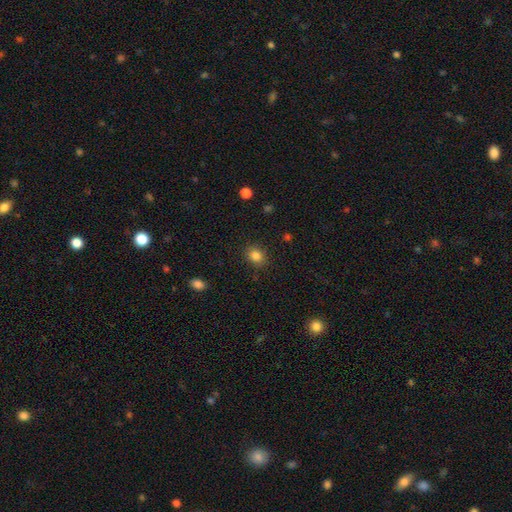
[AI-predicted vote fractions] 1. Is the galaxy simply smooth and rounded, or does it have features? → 85% smooth, 11% star or artifact, 5% featured or disk.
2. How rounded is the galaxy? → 60% round, 39% in between, 1% cigar-shaped.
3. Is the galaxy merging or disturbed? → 87% none, 9% minor disturbance, 3% major disturbance, 1% merger.